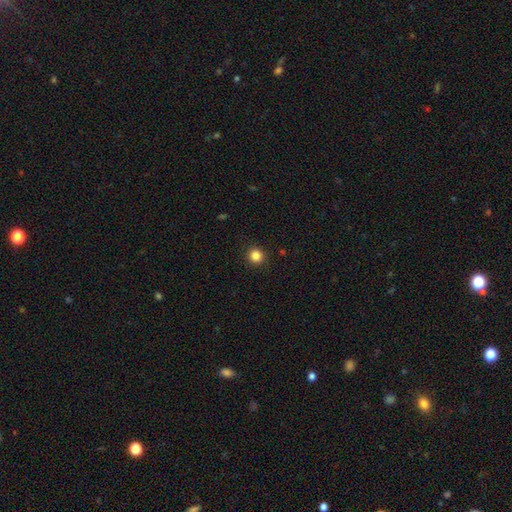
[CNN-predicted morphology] This appears to be a smooth galaxy with no disk features (85%) that is round (93%). Merging: none (92%).